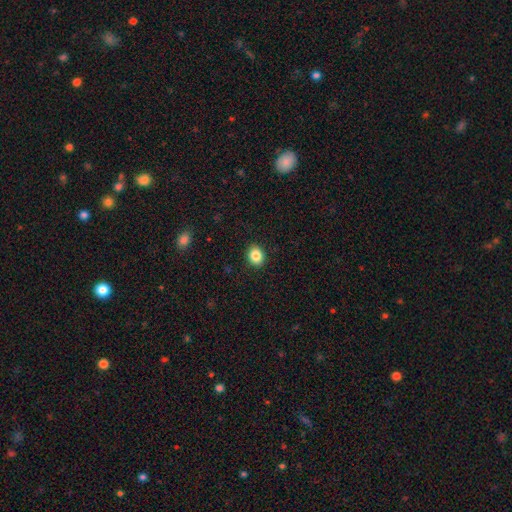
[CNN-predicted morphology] The model was most divided on "how rounded": round: 53%, in between: 47%, cigar-shaped: 1%. More confident: merging — none (91%); smooth or featured — smooth (86%).